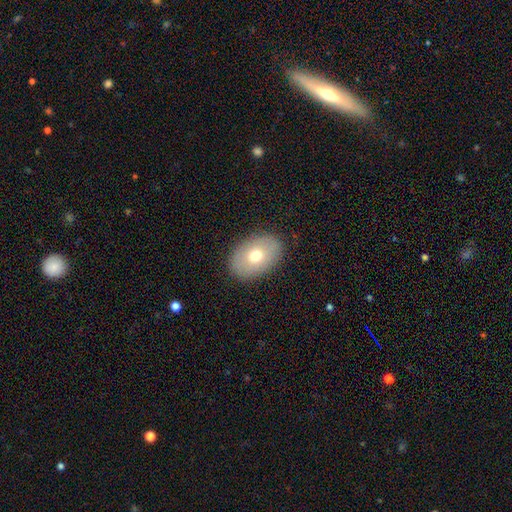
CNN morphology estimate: Smooth or featured: smooth — 68% (featured or disk — 24%)
How rounded: in between — 84% (round — 15%)
Merging: none — 88% (minor disturbance — 9%)